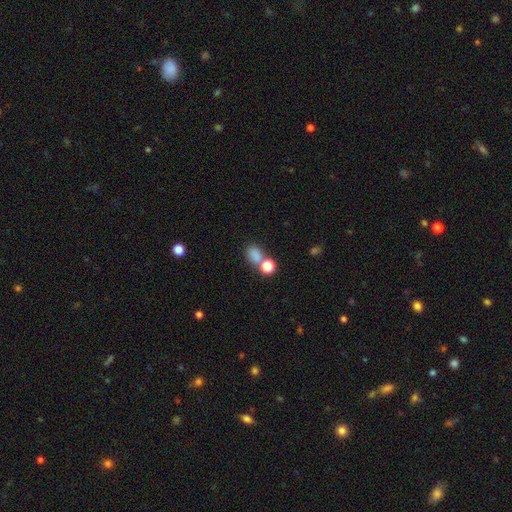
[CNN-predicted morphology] smooth_or_featured: smooth (p=0.78) [alt: star or artifact p=0.15]
how_rounded: in between (p=0.58) [alt: round p=0.40]
merging: none (p=0.51) [alt: merger p=0.32]